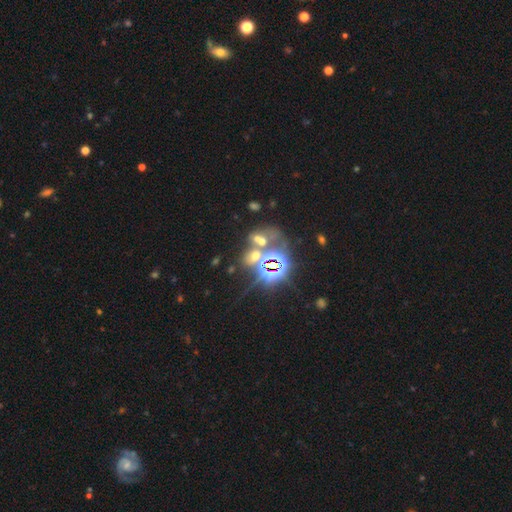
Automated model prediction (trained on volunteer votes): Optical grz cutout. It shows a star or artifact, not a galaxy (50%).